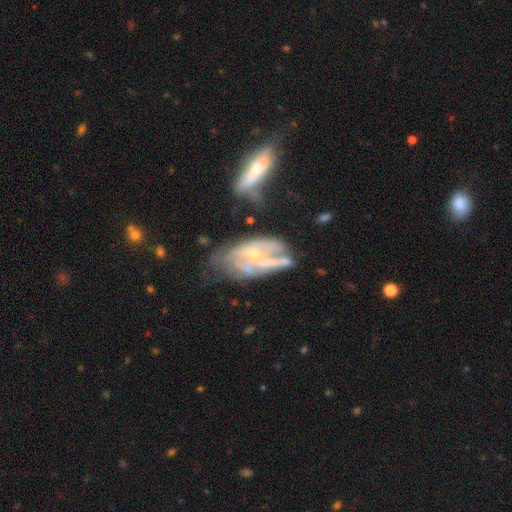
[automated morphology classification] A featured or disk galaxy (70%) with no bar (74%), no spiral arms (50%, tied with yes) and a small central bulge (60%).

Vote fractions:
- Smooth or featured? featured or disk: 70% / smooth: 22% / star or artifact: 9%
- Edge-on disk? no: 92% / yes: 8%
- Bar? no: 74% / weak: 20% / strong: 6%
- Spiral arms? no: 50% (tied) / yes: 50% (tied)
- Bulge size? small: 60% / moderate: 30% / none: 7% / large: 2% / dominant: 1%
- Merging? none: 28% / merger: 27% / major disturbance: 24% / minor disturbance: 21%